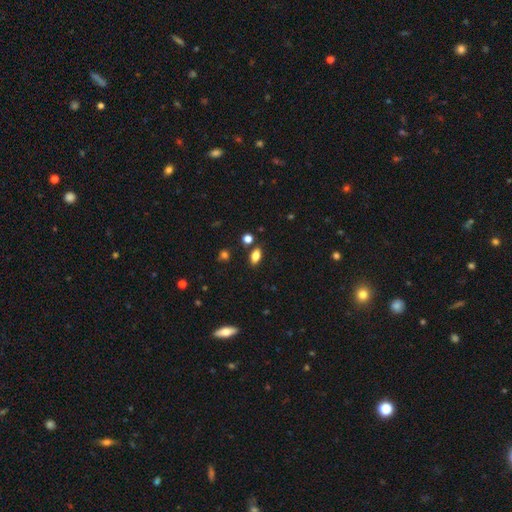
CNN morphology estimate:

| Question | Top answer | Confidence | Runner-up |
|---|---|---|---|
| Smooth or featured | smooth | 81% | star or artifact (10%) |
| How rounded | in between | 87% | round (7%) |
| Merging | none | 83% | minor disturbance (10%) |